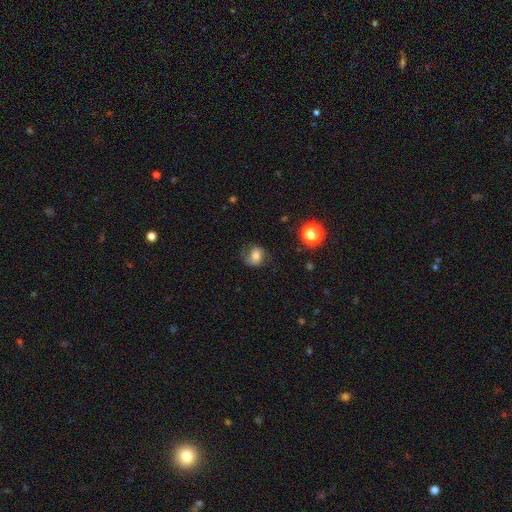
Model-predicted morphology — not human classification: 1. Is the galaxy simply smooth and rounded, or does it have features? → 63% smooth, 24% featured or disk, 12% star or artifact.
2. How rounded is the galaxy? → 59% round, 40% in between, 1% cigar-shaped.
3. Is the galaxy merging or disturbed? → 55% none, 26% minor disturbance, 17% major disturbance, 2% merger.